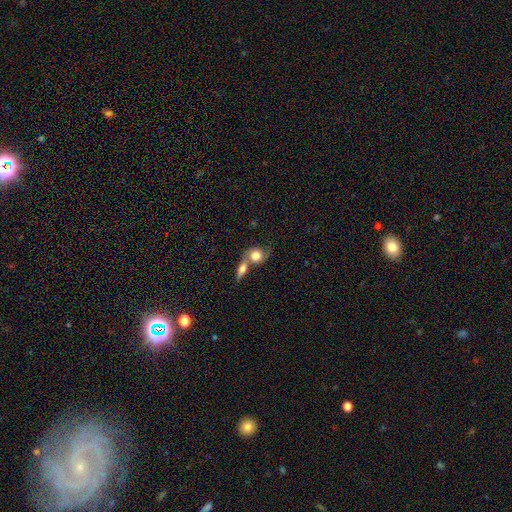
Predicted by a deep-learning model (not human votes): smooth 61%, featured or disk 31%, star or artifact 7%. Down the decision tree: how rounded — round (65%); merging — merger (60%).